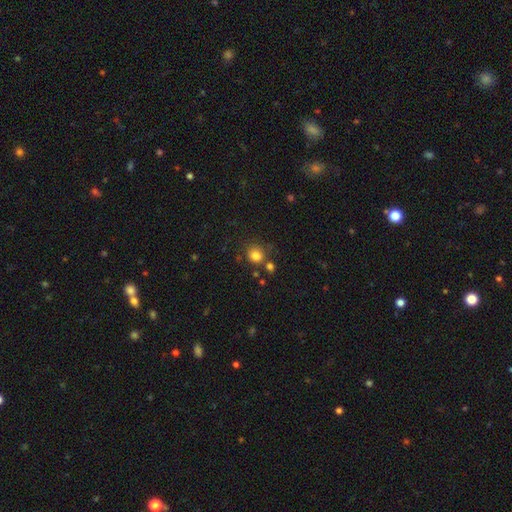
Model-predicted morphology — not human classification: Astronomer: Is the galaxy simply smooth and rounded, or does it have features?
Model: smooth — 82%.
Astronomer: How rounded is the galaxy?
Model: round — 82%.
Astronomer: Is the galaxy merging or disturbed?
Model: none — 71%.